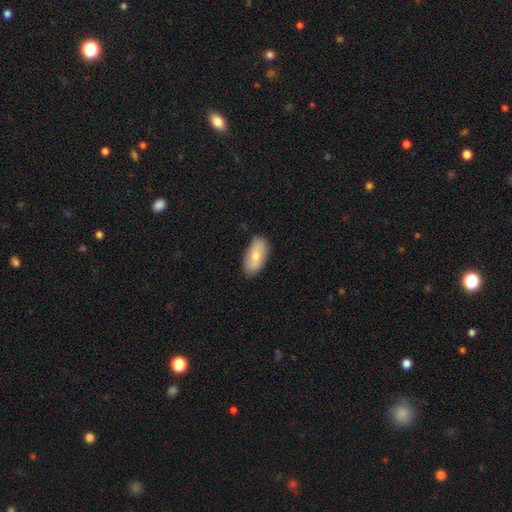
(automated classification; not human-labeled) The model was most divided on "smooth or featured": smooth: 72%, featured or disk: 22%, star or artifact: 6%. More confident: how rounded — in between (92%); merging — none (82%).